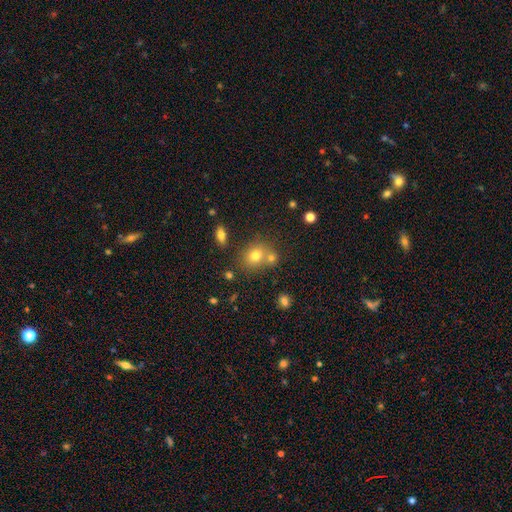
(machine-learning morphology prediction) This appears to be a smooth galaxy with no disk features (73%) that is round (63%). Merging: none (57%).